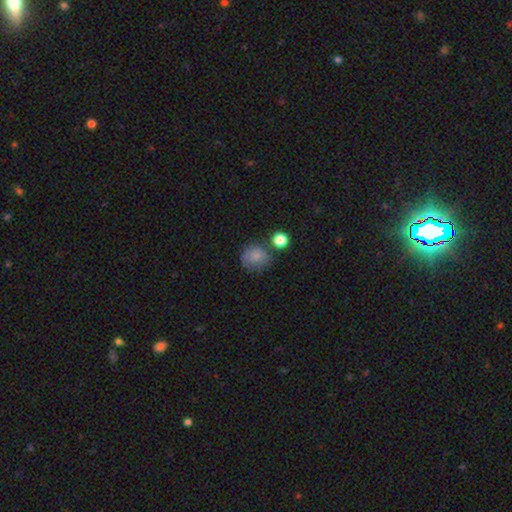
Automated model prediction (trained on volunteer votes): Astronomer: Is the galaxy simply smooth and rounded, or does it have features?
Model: smooth — 80%.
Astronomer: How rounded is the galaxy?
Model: round — 83%.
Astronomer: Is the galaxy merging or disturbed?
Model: none — 63%.